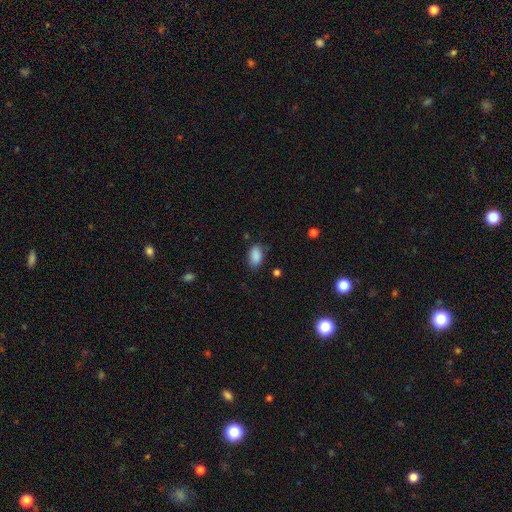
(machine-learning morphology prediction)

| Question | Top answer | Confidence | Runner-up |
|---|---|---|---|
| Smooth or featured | smooth | 88% | star or artifact (8%) |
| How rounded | in between | 90% | round (8%) |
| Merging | none | 75% | minor disturbance (18%) |